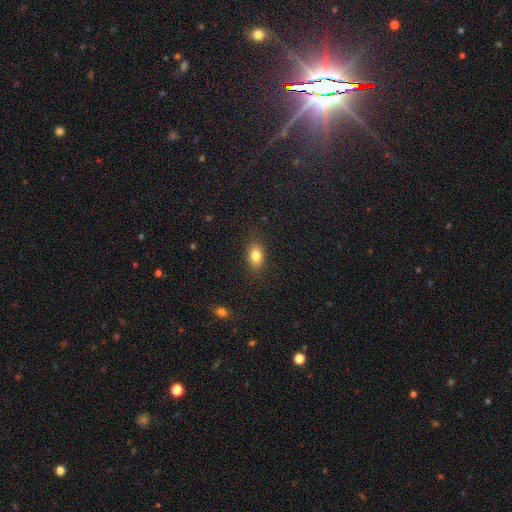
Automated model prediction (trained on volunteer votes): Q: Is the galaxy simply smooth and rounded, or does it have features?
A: smooth — 82%.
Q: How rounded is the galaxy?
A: in between — 79%.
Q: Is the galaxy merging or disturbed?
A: none — 85%.